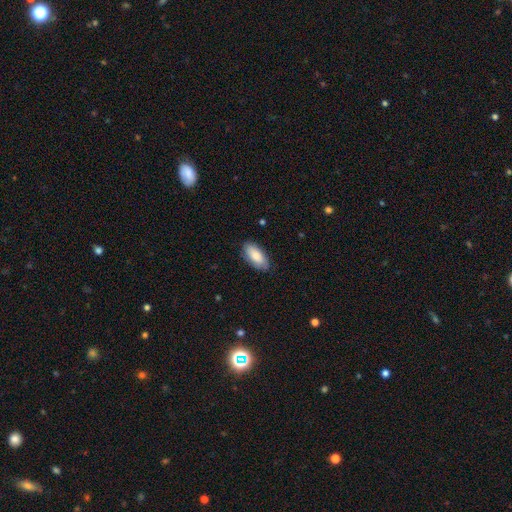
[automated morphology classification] A smooth galaxy with no disk features (83%) that is in between round and cigar-shaped (91%). Merging: none (81%).